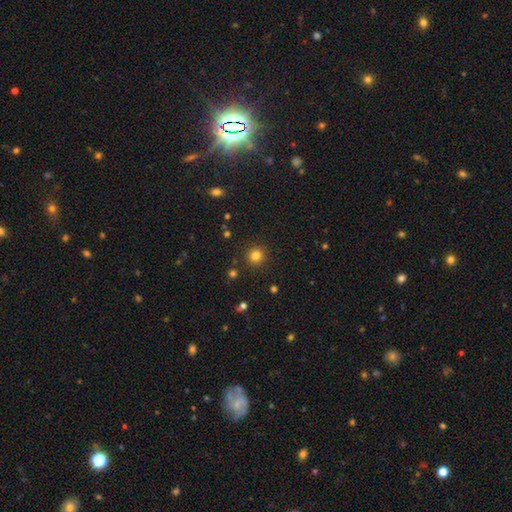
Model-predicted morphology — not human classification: The model was most divided on "smooth or featured": smooth: 81%, star or artifact: 14%, featured or disk: 5%. More confident: how rounded — round (92%); merging — none (90%).